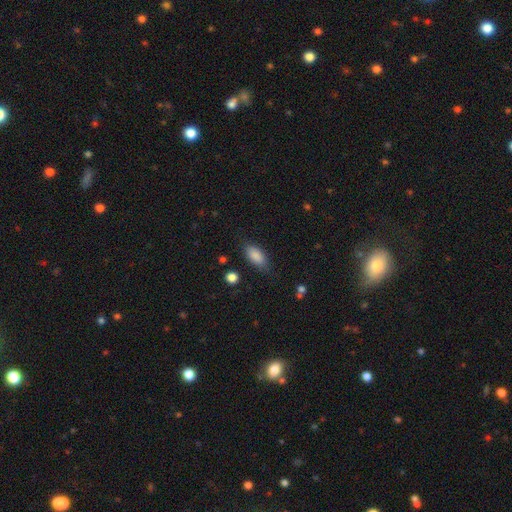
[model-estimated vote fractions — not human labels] Morphology: type=smooth (87%); roundness=in between (87%); merging=none (79%).